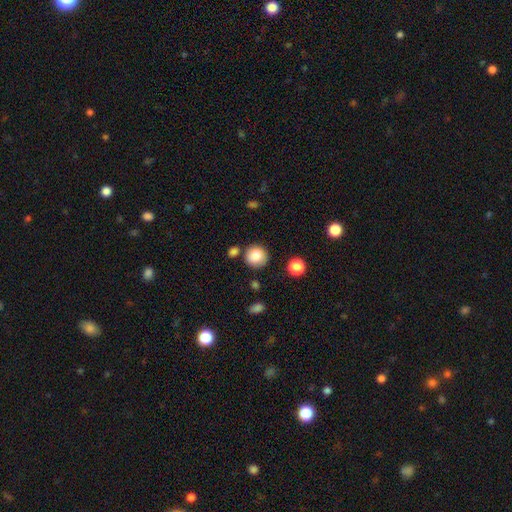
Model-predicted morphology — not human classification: Smooth or featured: smooth — 86% (star or artifact — 9%)
How rounded: round — 91% (in between — 8%)
Merging: none — 79% (minor disturbance — 11%)